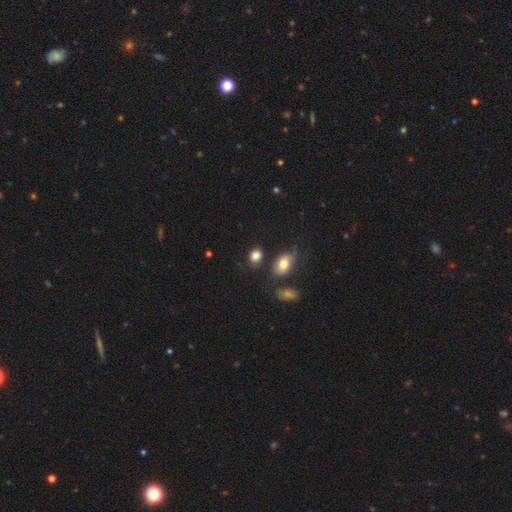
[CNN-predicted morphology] The model was most divided on "how rounded": in between: 57%, round: 42%, cigar-shaped: 1%. More confident: smooth or featured — smooth (83%); merging — none (72%).